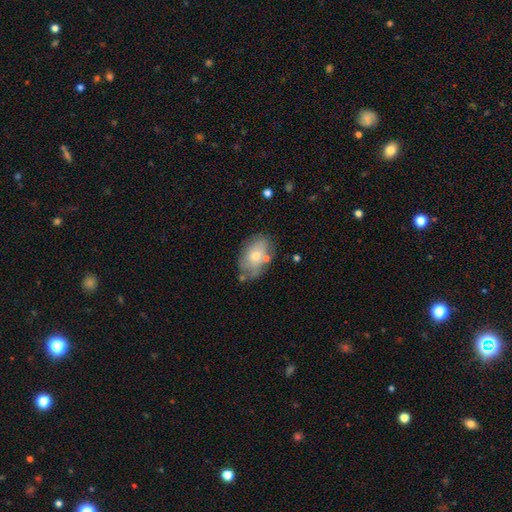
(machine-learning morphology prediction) smooth-or-featured: smooth: 65% | featured or disk: 28% | star or artifact: 7%
  how-rounded: in between: 87% | round: 11% | cigar-shaped: 1%
  merging: none: 63% | minor disturbance: 22% | merger: 8% | major disturbance: 7%